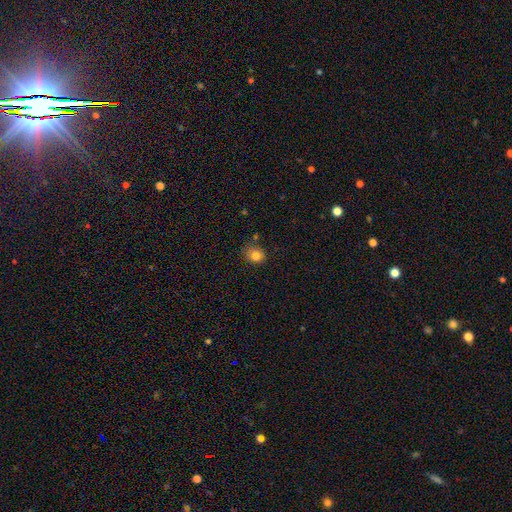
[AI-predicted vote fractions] Smooth or featured?
  - smooth: 81% *
  - star or artifact: 12%
  - featured or disk: 7%
How rounded?
  - round: 68% *
  - in between: 31%
  - cigar-shaped: 1%
Merging?
  - none: 64% *
  - minor disturbance: 24%
  - major disturbance: 7%
  - merger: 5%